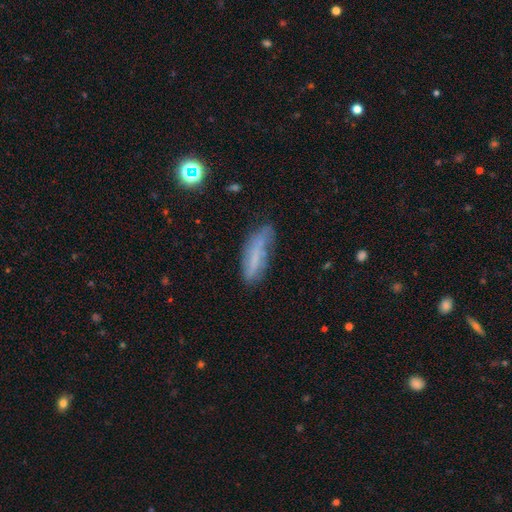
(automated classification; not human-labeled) Smooth or featured?
  - smooth: 58% *
  - featured or disk: 31%
  - star or artifact: 11%
How rounded?
  - in between: 49% * (tied)
  - cigar-shaped: 49% * (tied)
  - round: 2%
Merging?
  - none: 57% *
  - minor disturbance: 29%
  - major disturbance: 10%
  - merger: 4%